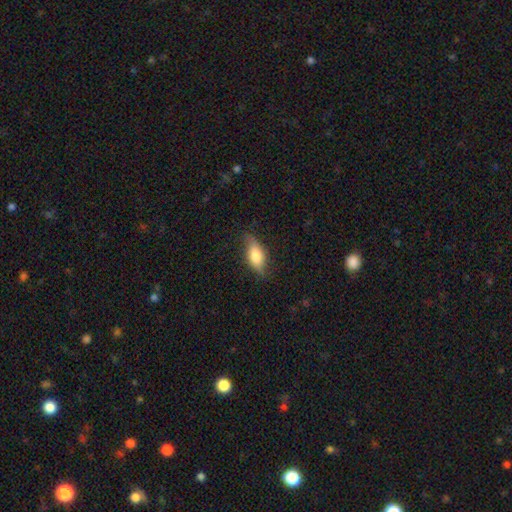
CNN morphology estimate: The model was most divided on "smooth or featured": smooth: 67%, featured or disk: 26%, star or artifact: 7%. More confident: how rounded — in between (80%); merging — none (69%).